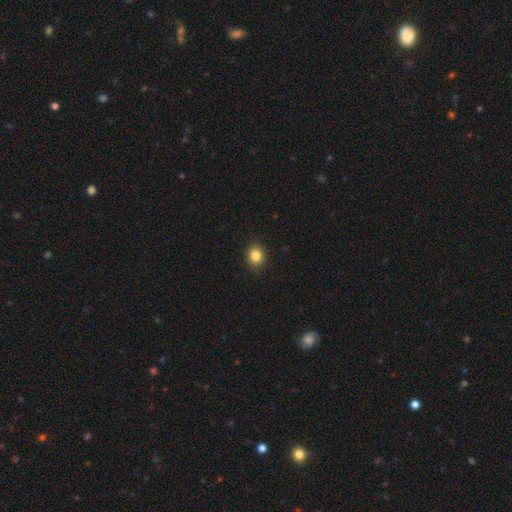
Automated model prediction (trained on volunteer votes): Smooth or featured: smooth — 84% (star or artifact — 11%)
How rounded: round — 63% (in between — 36%)
Merging: none — 89% (minor disturbance — 9%)